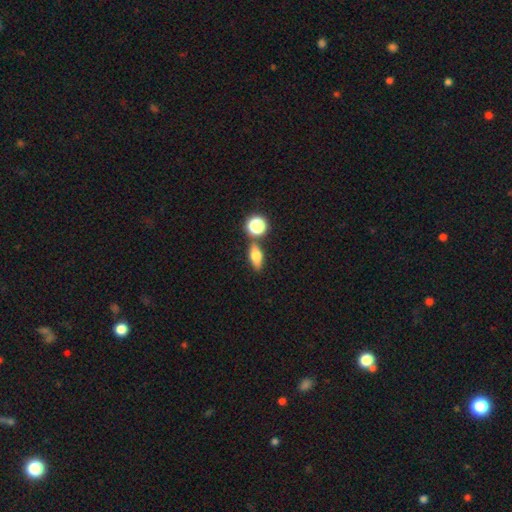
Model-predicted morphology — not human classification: smooth_or_featured: smooth (p=0.63) [alt: featured or disk p=0.25]
how_rounded: in between (p=0.63) [alt: cigar-shaped p=0.20]
merging: none (p=0.76) [alt: merger p=0.11]